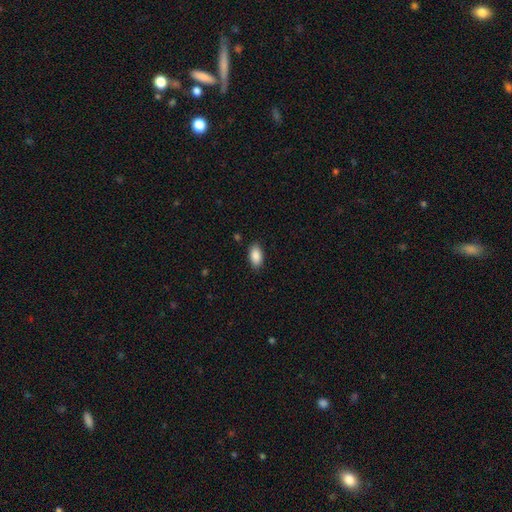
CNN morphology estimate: Q: Smooth or featured?
A: smooth (89%); runner-up: star or artifact (7%)
Q: How rounded?
A: in between (93%); runner-up: round (4%)
Q: Merging?
A: none (88%); runner-up: minor disturbance (9%)